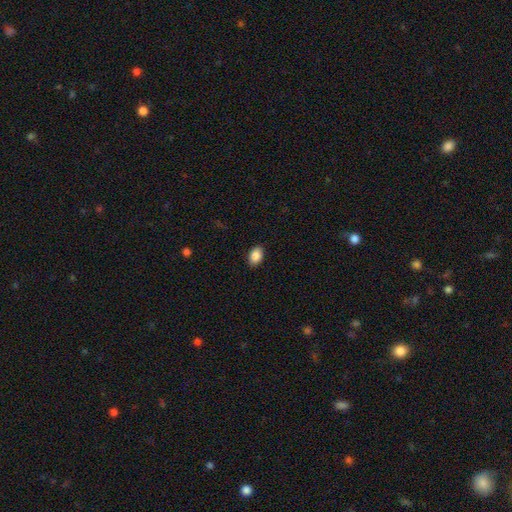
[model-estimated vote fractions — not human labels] Smooth or featured? Predicted: smooth (p=0.87). How rounded? Predicted: in between (p=0.83). Merging? Predicted: none (p=0.89).